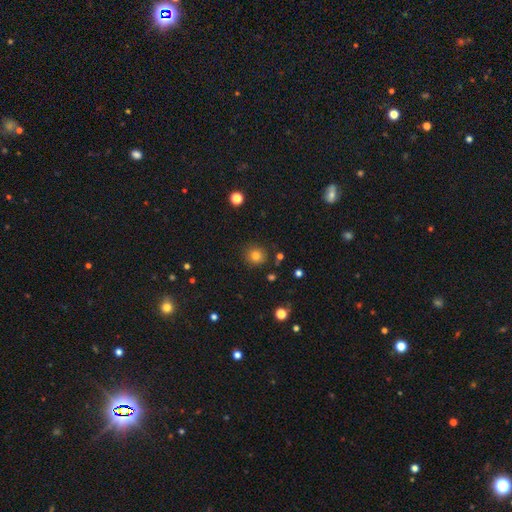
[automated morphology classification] The model was most divided on "smooth or featured": smooth: 81%, star or artifact: 13%, featured or disk: 6%. More confident: how rounded — round (91%); merging — none (87%).